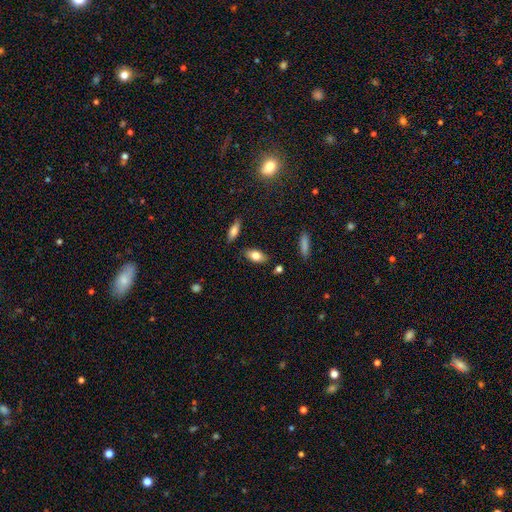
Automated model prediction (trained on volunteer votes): This appears to be a smooth galaxy with no disk features (78%) that is in between round and cigar-shaped (88%). Merging: none (83%).